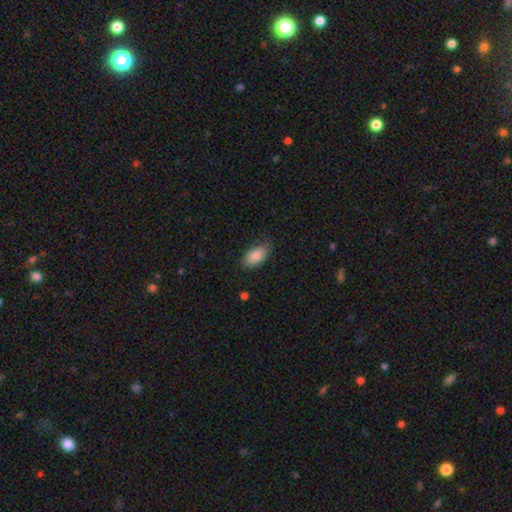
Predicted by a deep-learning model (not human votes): smooth-or-featured: smooth: 87% | featured or disk: 7% | star or artifact: 7%
  how-rounded: in between: 93% | round: 4% | cigar-shaped: 3%
  merging: none: 77% | minor disturbance: 18% | major disturbance: 3% | merger: 1%